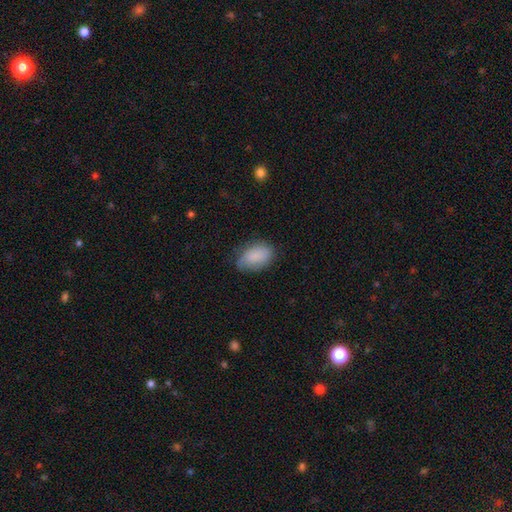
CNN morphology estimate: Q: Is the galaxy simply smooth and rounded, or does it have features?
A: smooth — 81%.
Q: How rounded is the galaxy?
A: in between — 90%.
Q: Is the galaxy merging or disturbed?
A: none — 66%.